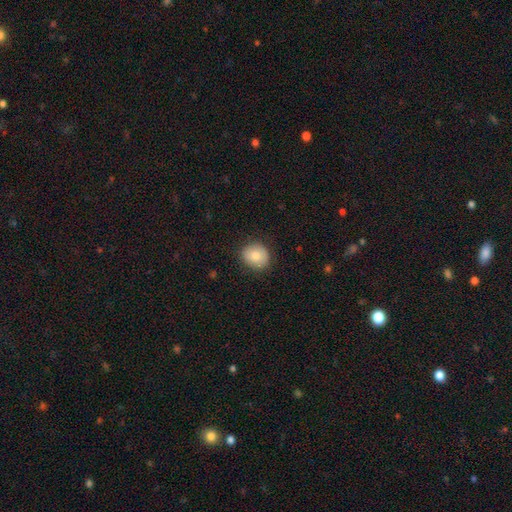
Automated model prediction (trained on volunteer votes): smooth_or_featured: smooth (p=0.81) [alt: featured or disk p=0.11]
how_rounded: round (p=0.79) [alt: in between p=0.20]
merging: none (p=0.85) [alt: minor disturbance p=0.11]